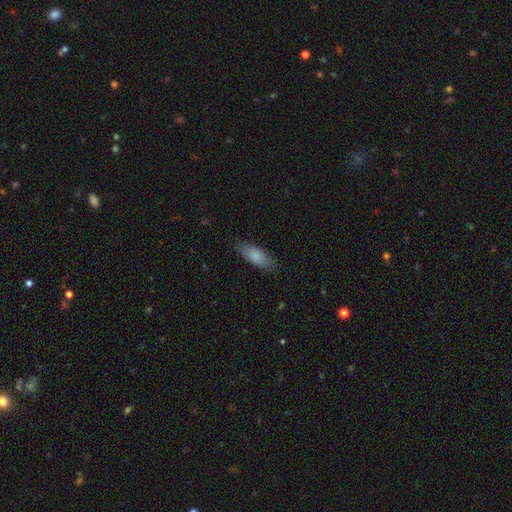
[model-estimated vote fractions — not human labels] Morphology: type=smooth (83%); roundness=in between (72%); merging=none (83%).